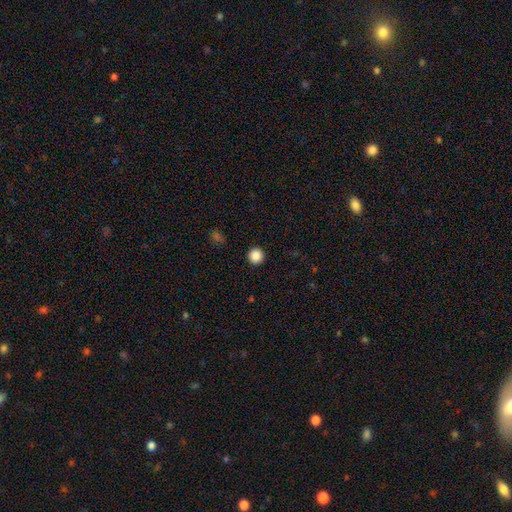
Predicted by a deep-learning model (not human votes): A smooth galaxy with no disk features (87%) that is round (96%). Merging: none (93%).